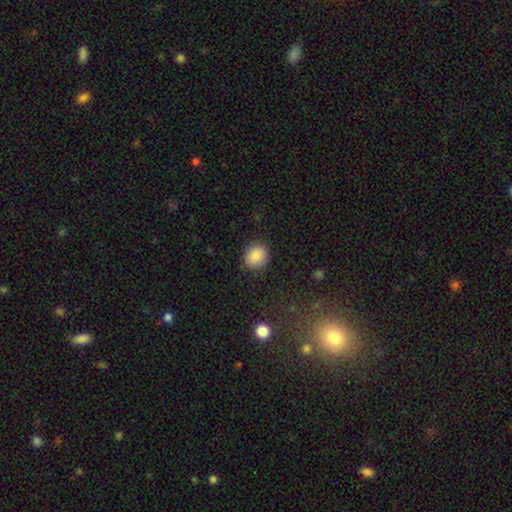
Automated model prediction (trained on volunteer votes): Smooth or featured?
  - smooth: 87% *
  - star or artifact: 8%
  - featured or disk: 5%
How rounded?
  - round: 71% *
  - in between: 28%
  - cigar-shaped: 1%
Merging?
  - none: 87% *
  - minor disturbance: 9%
  - major disturbance: 3%
  - merger: 1%